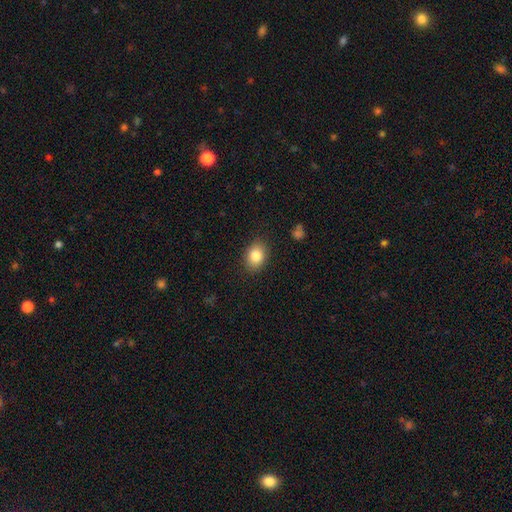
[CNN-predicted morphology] type=smooth (83%); roundness=in between (65%); merging=none (87%).